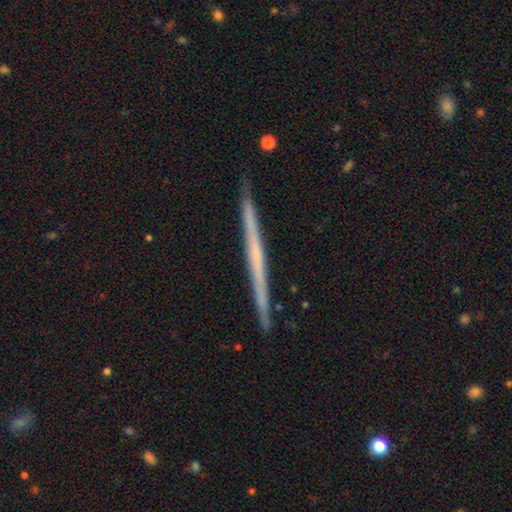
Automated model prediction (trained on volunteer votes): smooth_or_featured: featured or disk (p=0.65) [alt: smooth p=0.29]
disk_edge_on: yes (p=0.98) [alt: no p=0.02]
edge_on_bulge: none (p=0.85) [alt: rounded p=0.12]
merging: none (p=0.91) [alt: minor disturbance p=0.06]